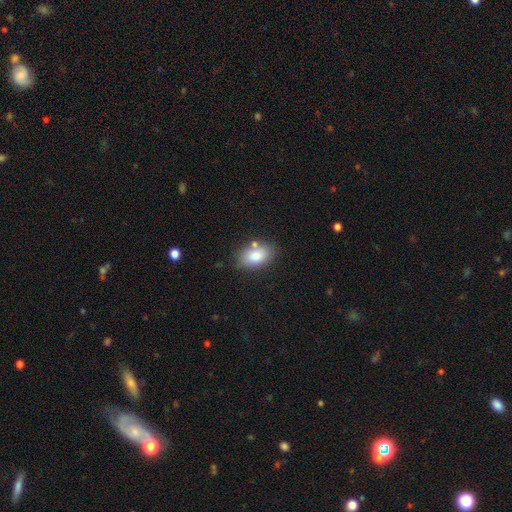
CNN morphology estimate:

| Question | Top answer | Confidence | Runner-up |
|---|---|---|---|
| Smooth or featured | smooth | 82% | featured or disk (10%) |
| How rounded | in between | 90% | round (9%) |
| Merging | none | 74% | minor disturbance (15%) |